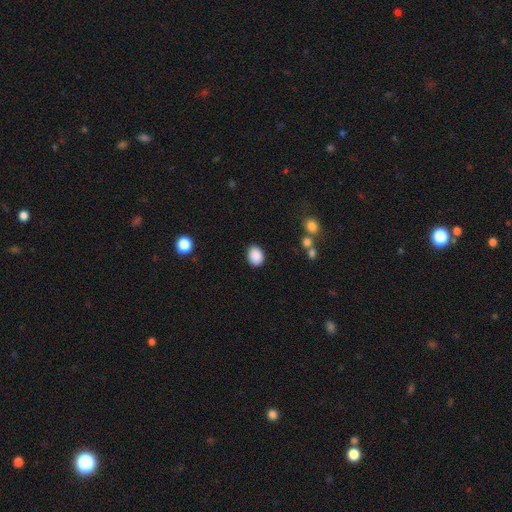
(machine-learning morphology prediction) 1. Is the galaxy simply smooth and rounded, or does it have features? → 89% smooth, 8% star or artifact, 3% featured or disk.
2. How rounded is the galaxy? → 58% in between, 41% round, 1% cigar-shaped.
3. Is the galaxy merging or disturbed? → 87% none, 9% minor disturbance, 2% major disturbance, 2% merger.